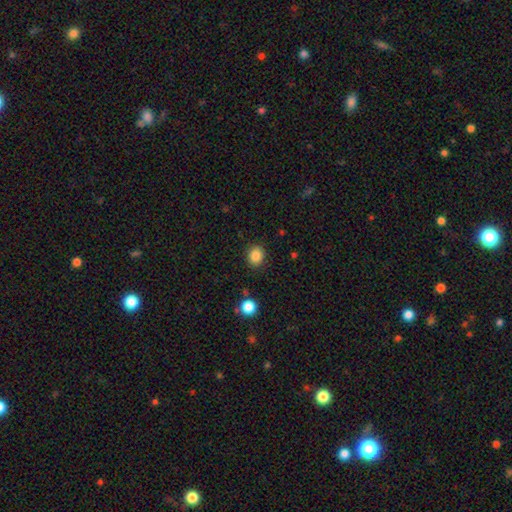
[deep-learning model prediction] Smooth or featured?
  - smooth: 86% *
  - star or artifact: 10%
  - featured or disk: 4%
How rounded?
  - round: 69% *
  - in between: 30%
  - cigar-shaped: 1%
Merging?
  - none: 88% *
  - minor disturbance: 8%
  - major disturbance: 2%
  - merger: 2%